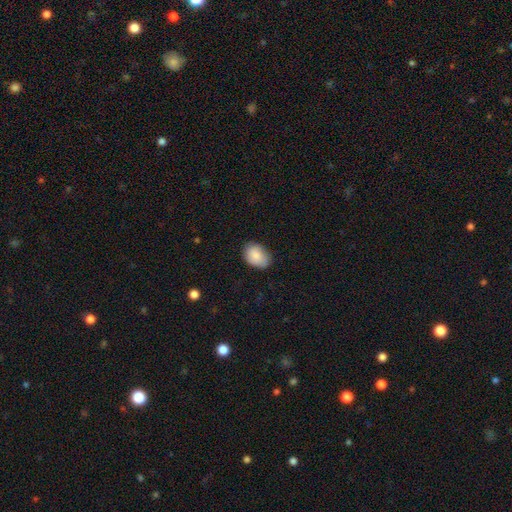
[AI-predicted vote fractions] Smooth or featured?
  - smooth: 86% *
  - featured or disk: 7%
  - star or artifact: 7%
How rounded?
  - in between: 80% *
  - round: 19%
  - cigar-shaped: 1%
Merging?
  - none: 77% *
  - minor disturbance: 18%
  - major disturbance: 3%
  - merger: 1%